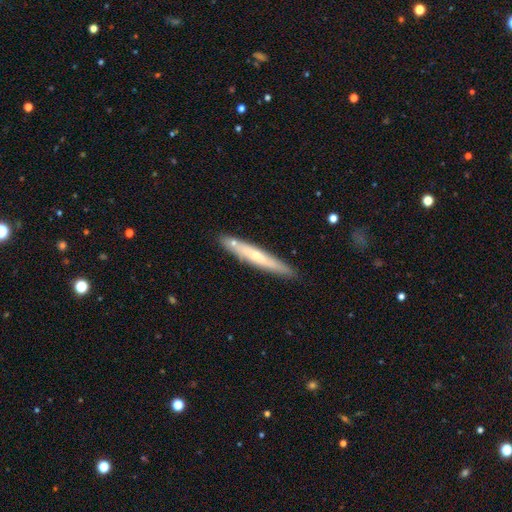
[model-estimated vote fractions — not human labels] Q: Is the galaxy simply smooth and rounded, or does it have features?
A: featured or disk — 48%.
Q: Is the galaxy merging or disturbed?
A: none — 83%.